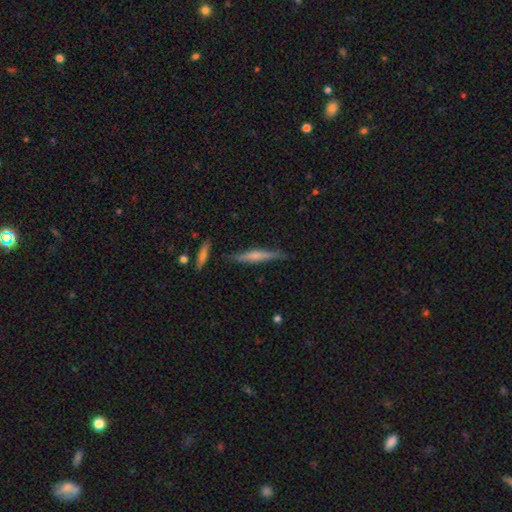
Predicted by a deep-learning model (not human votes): smooth-or-featured: smooth: 48% | featured or disk: 46% | star or artifact: 6%
  merging: none: 81% | minor disturbance: 13% | merger: 4% | major disturbance: 3%